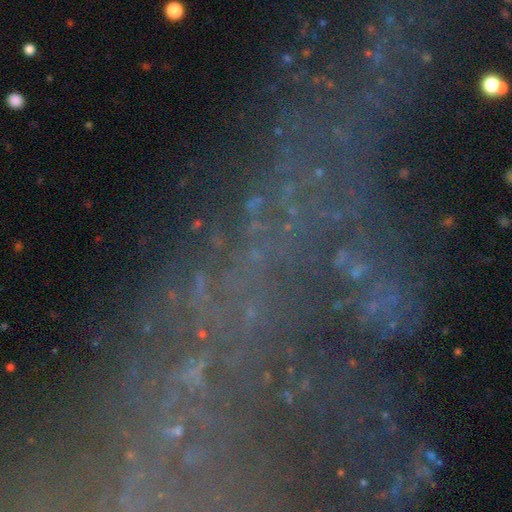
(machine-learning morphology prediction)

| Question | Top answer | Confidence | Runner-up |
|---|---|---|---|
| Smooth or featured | star or artifact | 59% | featured or disk (27%) |